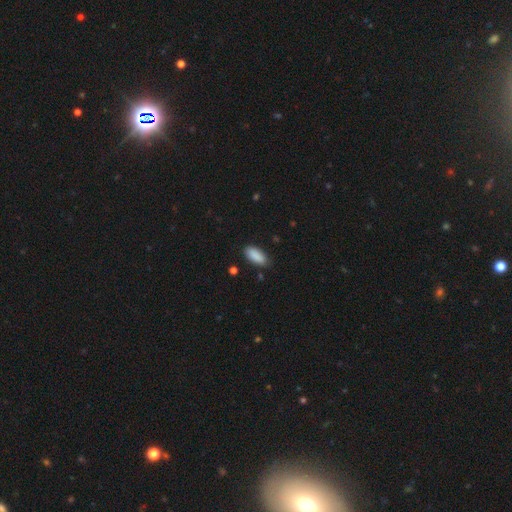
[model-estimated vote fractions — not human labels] Smooth or featured: smooth — 90% (star or artifact — 6%)
How rounded: in between — 87% (cigar-shaped — 11%)
Merging: none — 82% (minor disturbance — 14%)